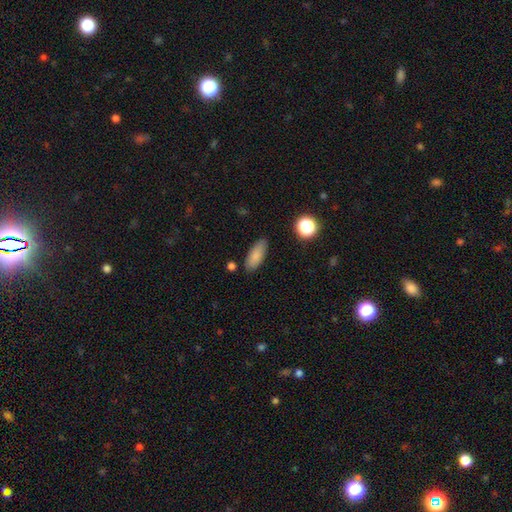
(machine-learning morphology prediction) smooth 84%, star or artifact 8%, featured or disk 7%. Down the decision tree: how rounded — in between (78%); merging — none (84%).